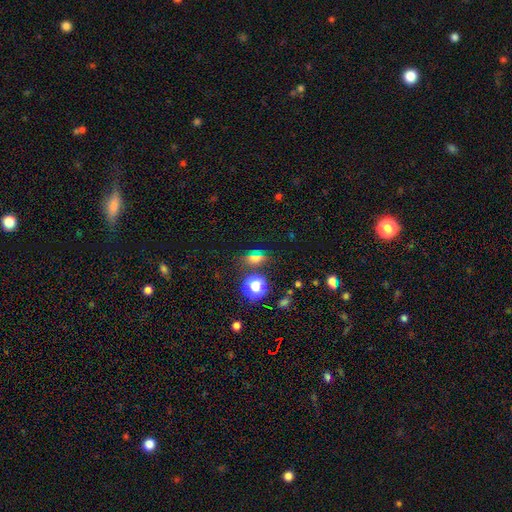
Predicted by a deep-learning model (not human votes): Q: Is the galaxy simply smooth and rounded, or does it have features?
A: smooth — 51%.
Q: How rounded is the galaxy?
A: in between — 54%.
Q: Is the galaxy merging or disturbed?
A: none — 77%.